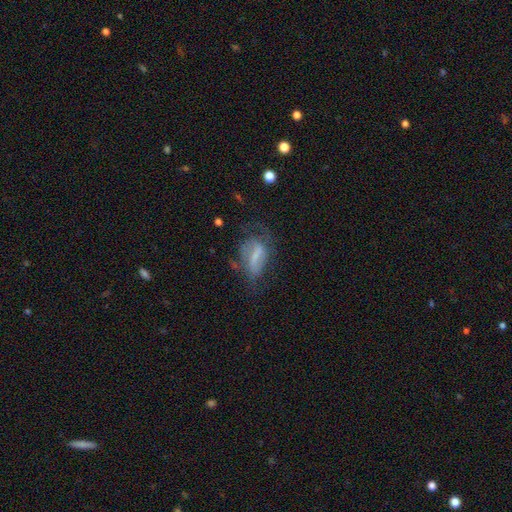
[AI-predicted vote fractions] smooth_or_featured: featured or disk (p=0.55) [alt: smooth p=0.35]
disk_edge_on: no (p=0.91) [alt: yes p=0.09]
merging: none (p=0.37) [alt: major disturbance p=0.34]